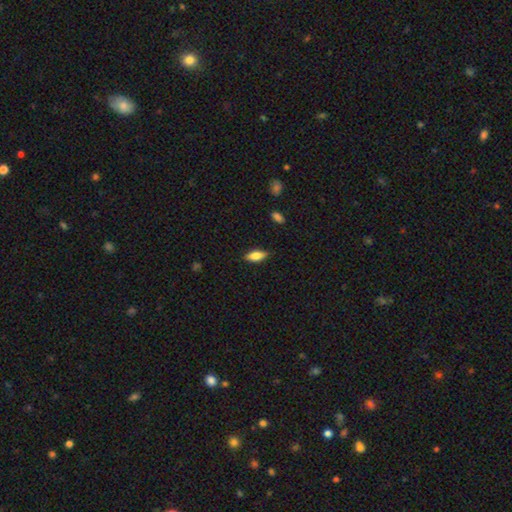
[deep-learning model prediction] Overall: smooth (77%). How rounded: in between (77%). Merging: none (86%).